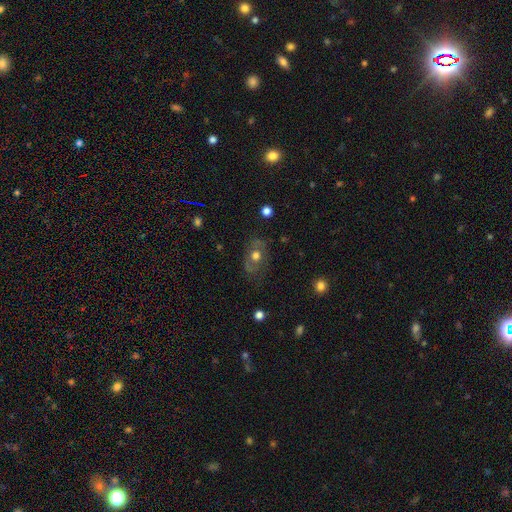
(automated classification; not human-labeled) Q: Smooth or featured?
A: smooth (47%); runner-up: featured or disk (42%)
Q: Merging?
A: none (68%); runner-up: minor disturbance (19%)